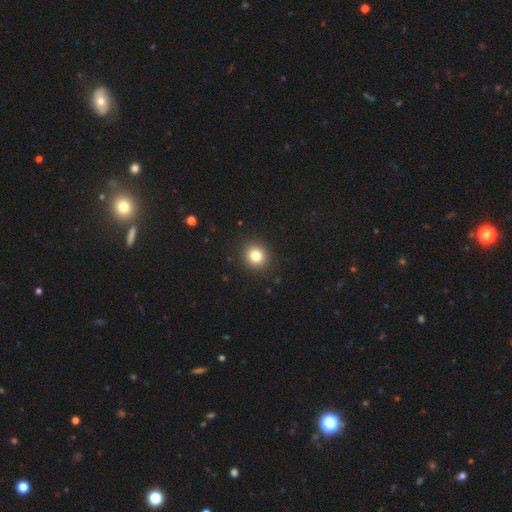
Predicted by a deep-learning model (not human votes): smooth_or_featured: smooth (p=0.81) [alt: star or artifact p=0.12]
how_rounded: round (p=0.88) [alt: in between p=0.12]
merging: none (p=0.92) [alt: minor disturbance p=0.05]